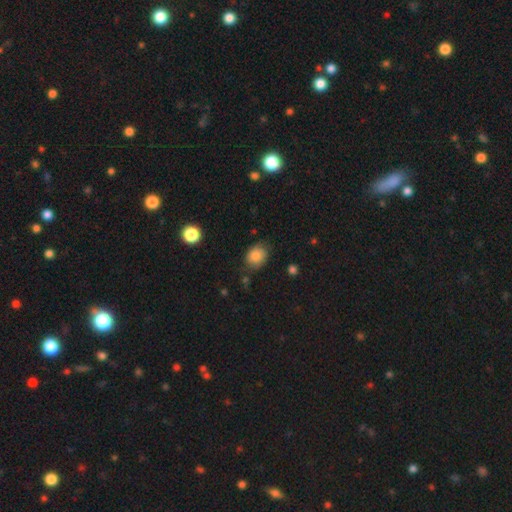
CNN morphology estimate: smooth 81%, featured or disk 9%, star or artifact 9%. Down the decision tree: how rounded — in between (53%); merging — none (70%).